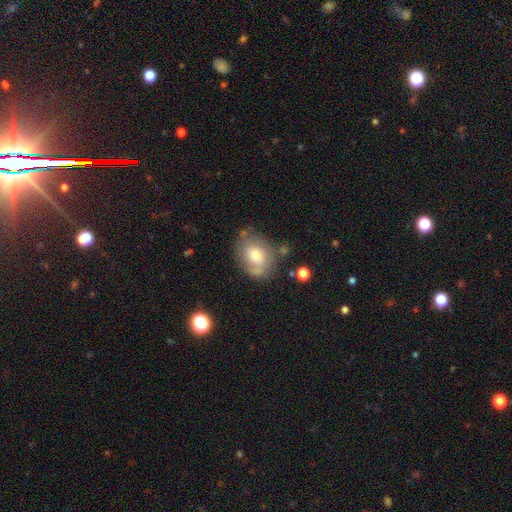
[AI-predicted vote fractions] smooth 62%, featured or disk 29%, star or artifact 10%. Down the decision tree: how rounded — in between (52%); merging — none (61%).